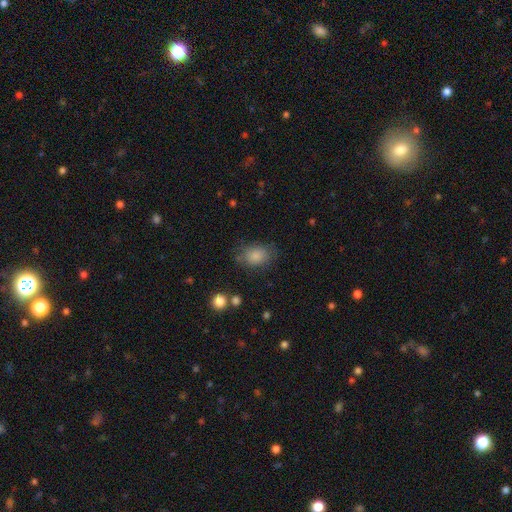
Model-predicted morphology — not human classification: smooth-or-featured: smooth: 84% | star or artifact: 9% | featured or disk: 7%
  how-rounded: in between: 74% | round: 25% | cigar-shaped: 1%
  merging: none: 73% | minor disturbance: 18% | major disturbance: 7% | merger: 3%